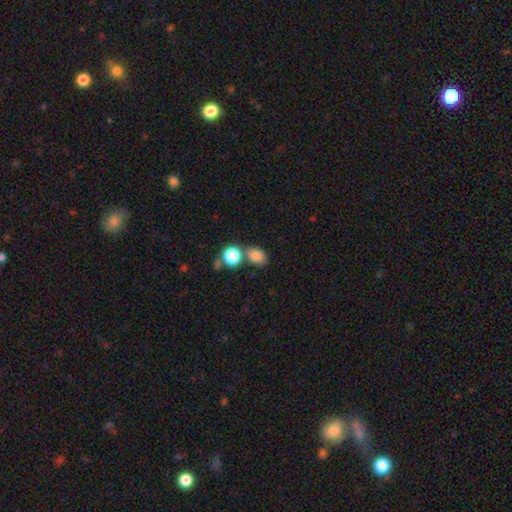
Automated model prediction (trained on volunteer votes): smooth_or_featured: smooth (p=0.81) [alt: star or artifact p=0.12]
how_rounded: in between (p=0.64) [alt: round p=0.35]
merging: none (p=0.62) [alt: merger p=0.22]